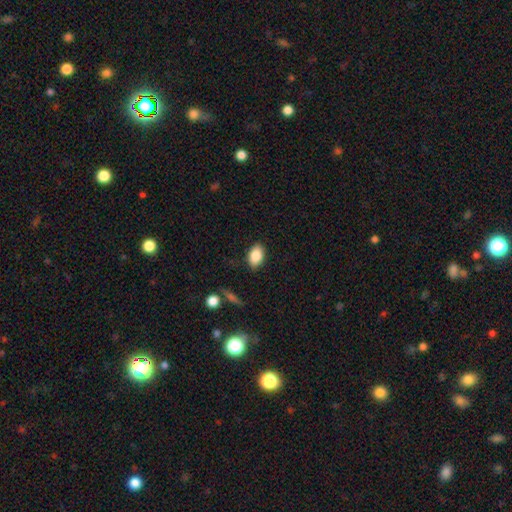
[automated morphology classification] type=smooth (85%); roundness=in between (89%); merging=none (86%).